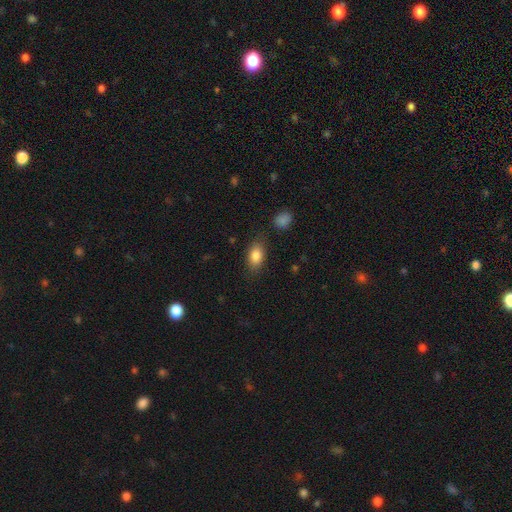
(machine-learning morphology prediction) The model was most divided on "merging": none: 79%, minor disturbance: 13%, major disturbance: 4%, merger: 3%. More confident: how rounded — in between (87%); smooth or featured — smooth (84%).